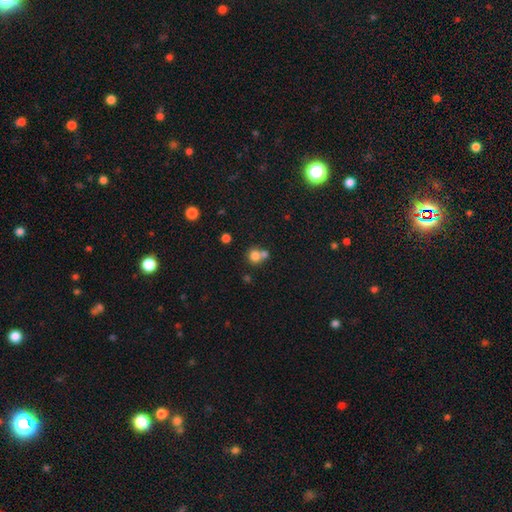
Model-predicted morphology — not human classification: A smooth galaxy with no disk features (78%) that is round (86%). Merging: none (46%).